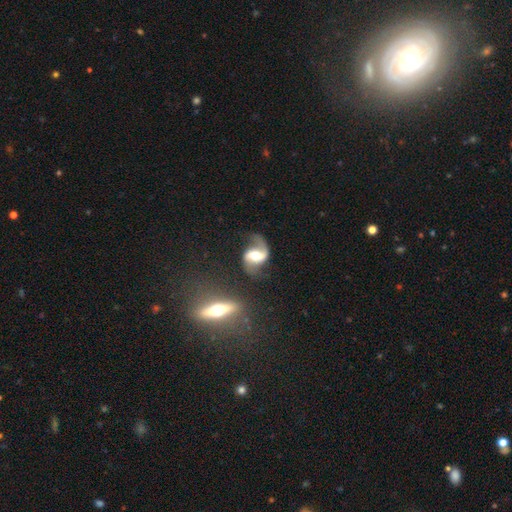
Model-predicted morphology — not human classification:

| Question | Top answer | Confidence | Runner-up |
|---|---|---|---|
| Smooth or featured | featured or disk | 86% | smooth (8%) |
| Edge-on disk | no | 97% | yes (3%) |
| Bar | weak | 38% | strong (35%) |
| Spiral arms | yes | 96% | no (4%) |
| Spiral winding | loose | 62% | medium (31%) |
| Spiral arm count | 2 | 91% | 1 (4%) |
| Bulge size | moderate | 60% | small (18%) |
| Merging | none | 67% | minor disturbance (16%) |